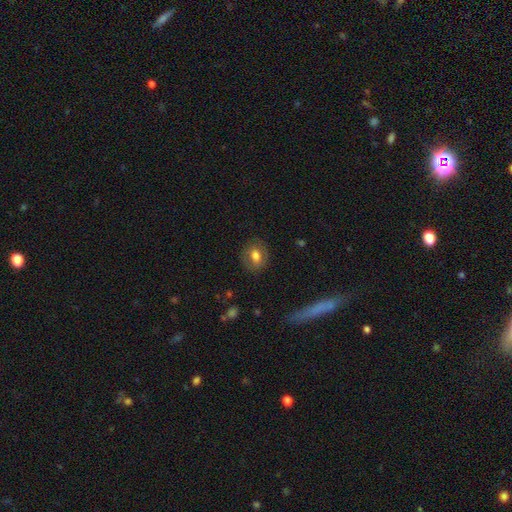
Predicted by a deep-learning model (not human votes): Smooth or featured? Predicted: smooth (p=0.66). How rounded? Predicted: in between (p=0.59). Merging? Predicted: none (p=0.81).